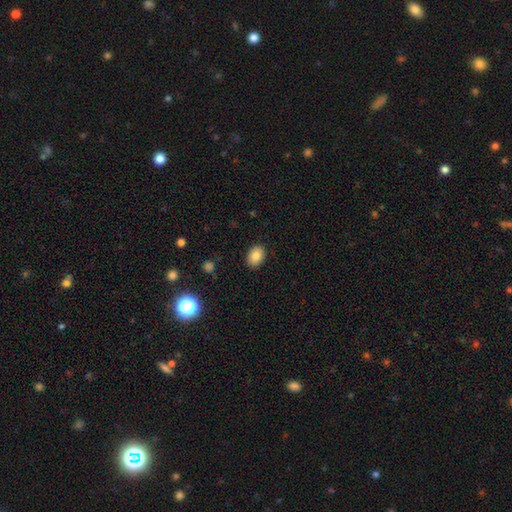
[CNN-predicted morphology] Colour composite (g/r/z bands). It shows a smooth galaxy with no disk features (84%) that is in between round and cigar-shaped (74%). Merging: none (89%).